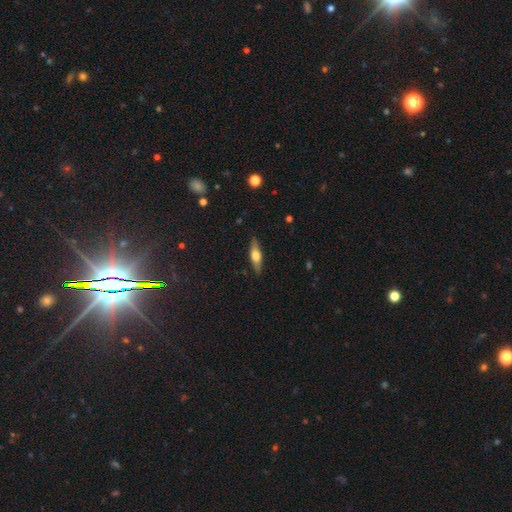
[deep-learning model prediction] smooth-or-featured: featured or disk: 51% | smooth: 43% | star or artifact: 6%
  disk-edge-on: yes: 92% | no: 8%
  merging: none: 88% | minor disturbance: 9% | major disturbance: 2% | merger: 1%